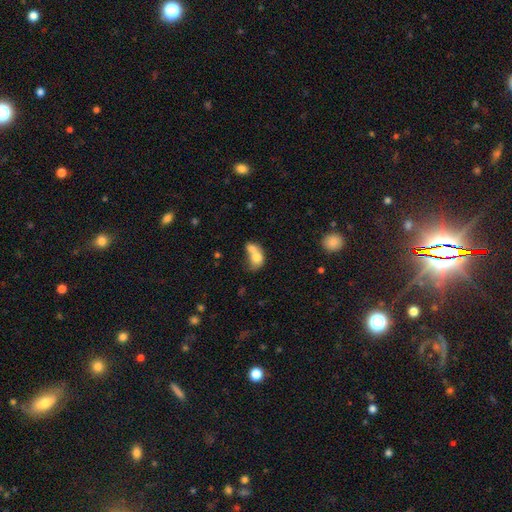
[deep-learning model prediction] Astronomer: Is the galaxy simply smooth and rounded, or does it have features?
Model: smooth — 71%.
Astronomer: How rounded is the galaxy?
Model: in between — 62%.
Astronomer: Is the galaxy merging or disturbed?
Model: merger — 73%.